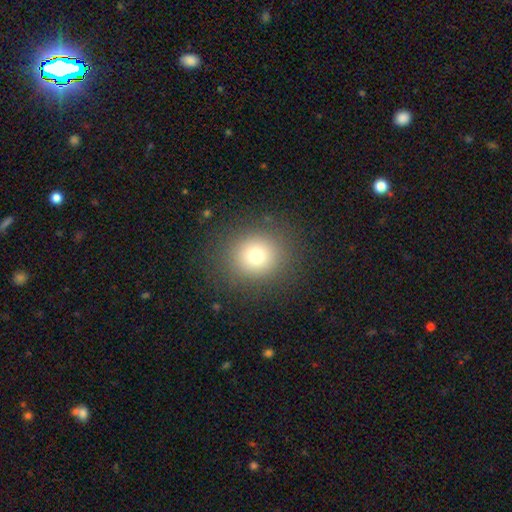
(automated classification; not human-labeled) This is likely a smooth galaxy (74%). How rounded: clearly round (84%). Merging: clearly none (87%).